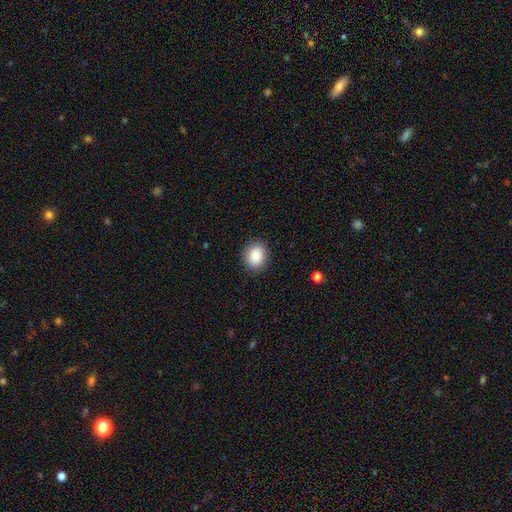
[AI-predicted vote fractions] A smooth galaxy with no disk features (88%) that is round (65%).

Vote fractions:
- Smooth or featured? smooth: 88% / star or artifact: 8% / featured or disk: 4%
- How rounded? round: 65% / in between: 34% / cigar-shaped: 1%
- Merging? none: 89% / minor disturbance: 8% / major disturbance: 2% / merger: 1%